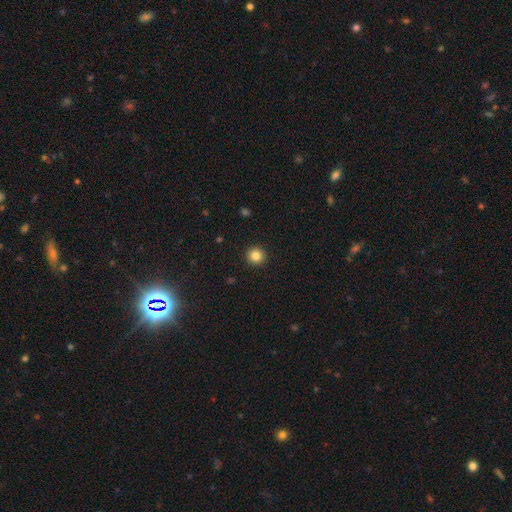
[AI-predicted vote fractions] Q: Smooth or featured?
A: smooth (84%); runner-up: star or artifact (11%)
Q: How rounded?
A: round (95%); runner-up: in between (4%)
Q: Merging?
A: none (93%); runner-up: minor disturbance (4%)